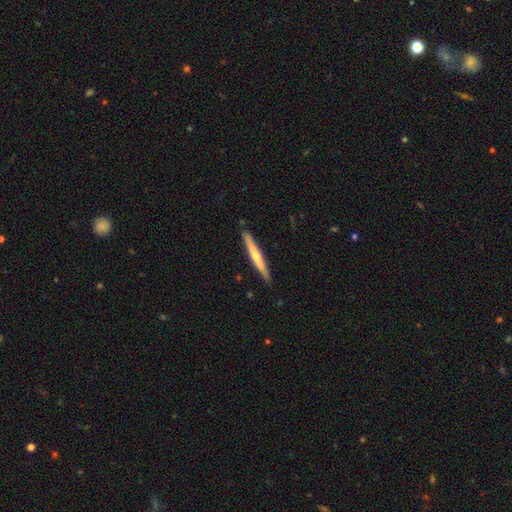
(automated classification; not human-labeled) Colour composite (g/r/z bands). It shows a featured or disk galaxy (62%) viewed edge-on (97%) with a rounded central bulge (74%). Merging: none (90%).